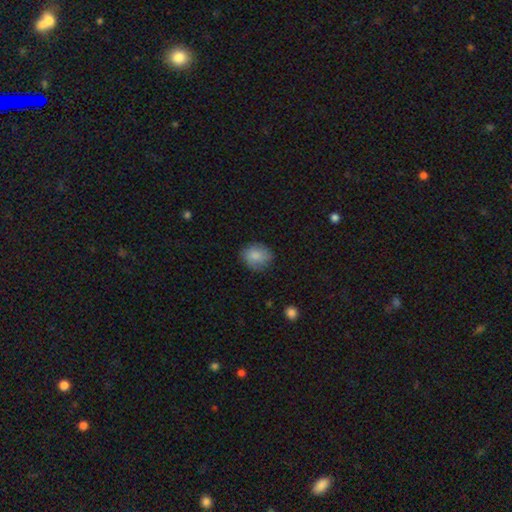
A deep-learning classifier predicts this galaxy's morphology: smooth_or_featured: smooth (p=0.83) [alt: featured or disk p=0.09]
how_rounded: round (p=0.67) [alt: in between p=0.32]
merging: none (p=0.76) [alt: minor disturbance p=0.19]